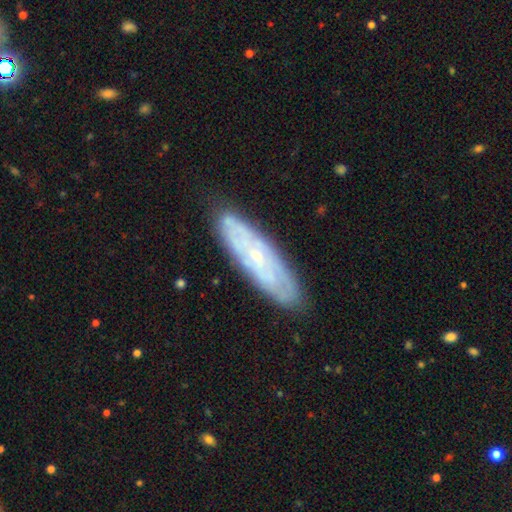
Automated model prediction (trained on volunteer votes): Morphology: type=featured or disk (68%); edge-on=no (72%); merging=none (83%).